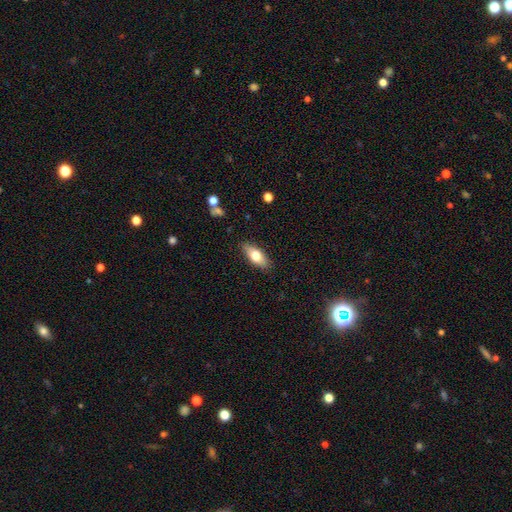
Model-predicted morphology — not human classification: smooth-or-featured: smooth: 70% | featured or disk: 23% | star or artifact: 7%
  how-rounded: in between: 76% | cigar-shaped: 21% | round: 3%
  merging: none: 87% | minor disturbance: 10% | major disturbance: 2% | merger: 1%